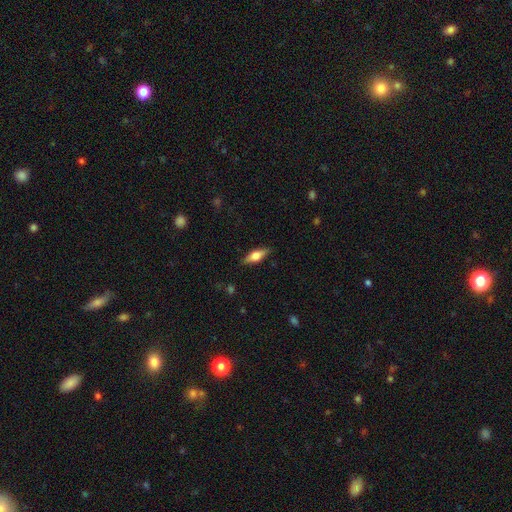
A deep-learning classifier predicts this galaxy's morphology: smooth-or-featured: smooth: 54% | featured or disk: 40% | star or artifact: 6%
  how-rounded: in between: 58% | cigar-shaped: 39% | round: 3%
  merging: none: 86% | minor disturbance: 10% | major disturbance: 2% | merger: 1%